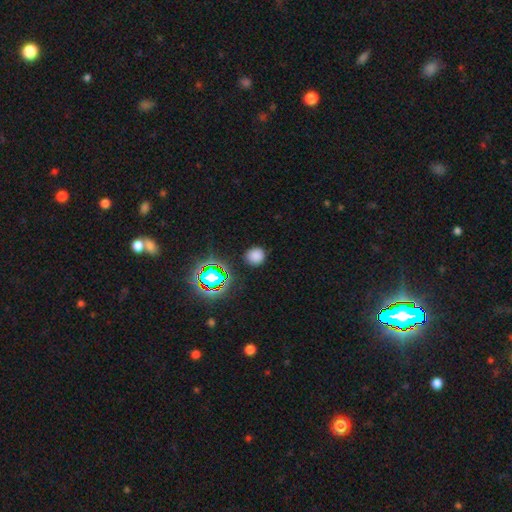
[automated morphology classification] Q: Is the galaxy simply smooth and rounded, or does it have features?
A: smooth — 75%.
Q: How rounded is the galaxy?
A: round — 90%.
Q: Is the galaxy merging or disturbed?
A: none — 88%.